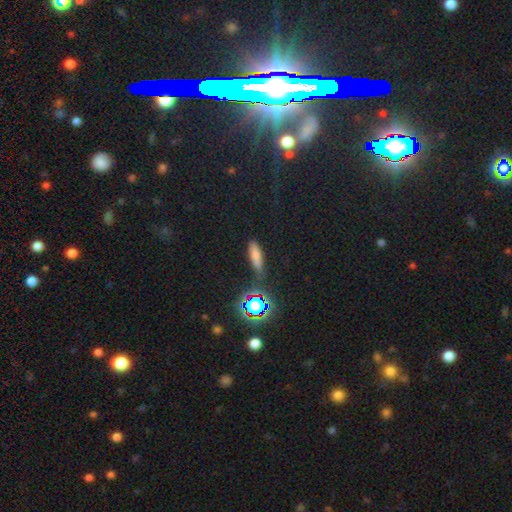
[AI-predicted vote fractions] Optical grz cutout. It shows a smooth galaxy with no disk features (67%) that is cigar-shaped (63%). Merging: none (74%).